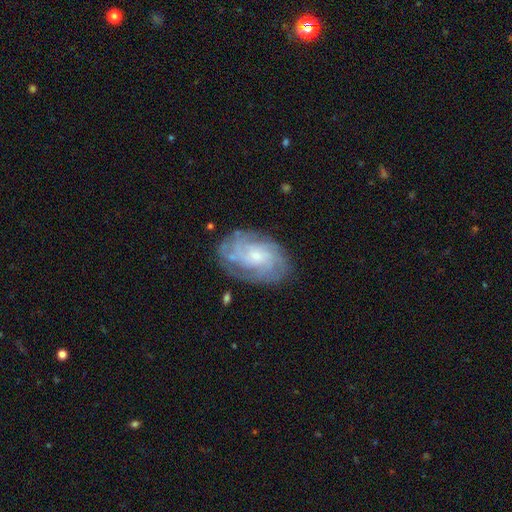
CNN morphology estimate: Smooth or featured? featured or disk (80%)
Edge-on disk? no (96%)
Bar? no (70%)
Spiral arms? yes (95%)
Spiral winding? tight (66%)
Spiral arm count? can't tell (36%)
Bulge size? small (69%)
Merging? none (78%)